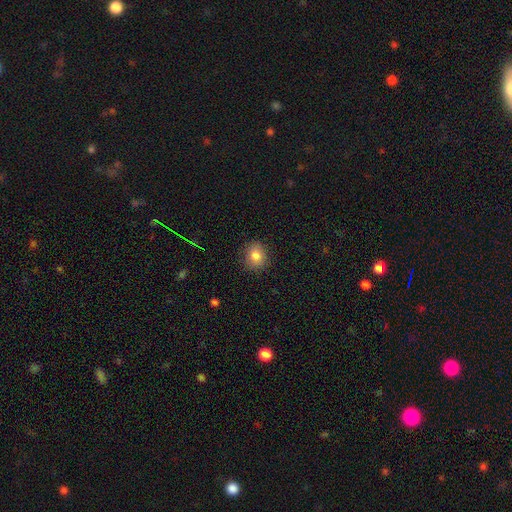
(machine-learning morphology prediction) Smooth or featured? Predicted: smooth (p=0.83). How rounded? Predicted: round (p=0.73). Merging? Predicted: none (p=0.87).